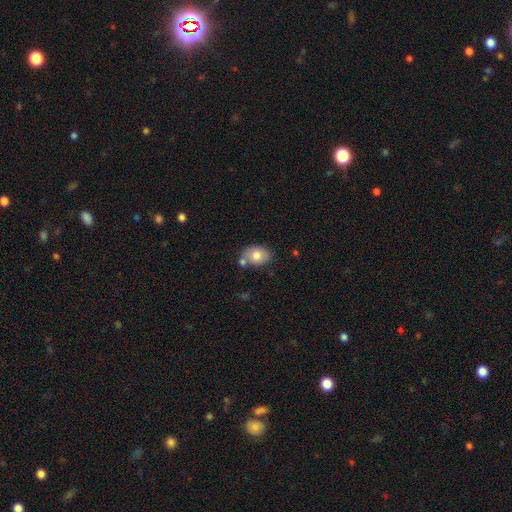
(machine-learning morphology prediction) Overall: smooth (76%). How rounded: in between (71%). Merging: none (62%).